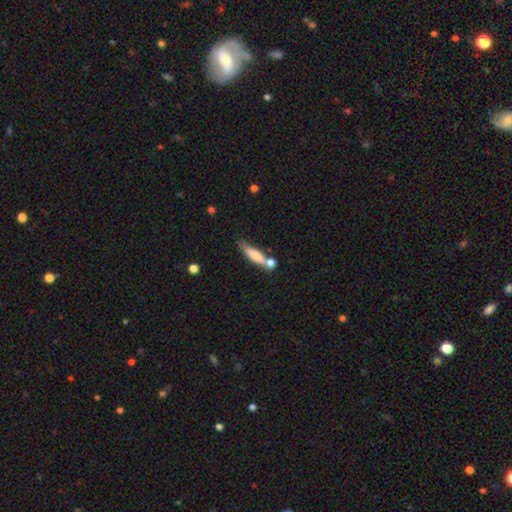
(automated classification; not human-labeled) Q: Smooth or featured?
A: smooth (67%); runner-up: featured or disk (26%)
Q: How rounded?
A: cigar-shaped (73%); runner-up: in between (24%)
Q: Merging?
A: none (50%); runner-up: merger (27%)